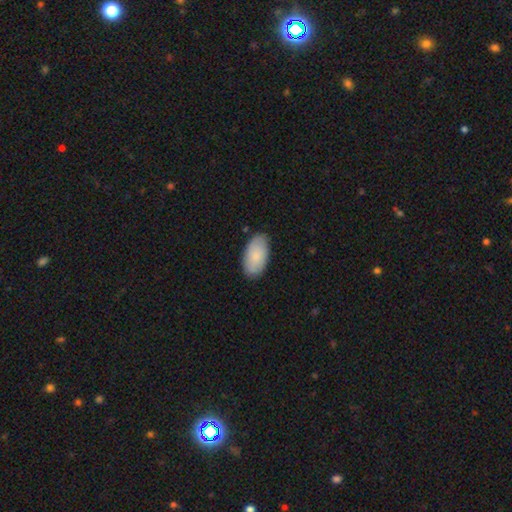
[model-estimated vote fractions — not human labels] smooth 85%, featured or disk 10%, star or artifact 5%. Down the decision tree: how rounded — in between (96%); merging — none (83%).